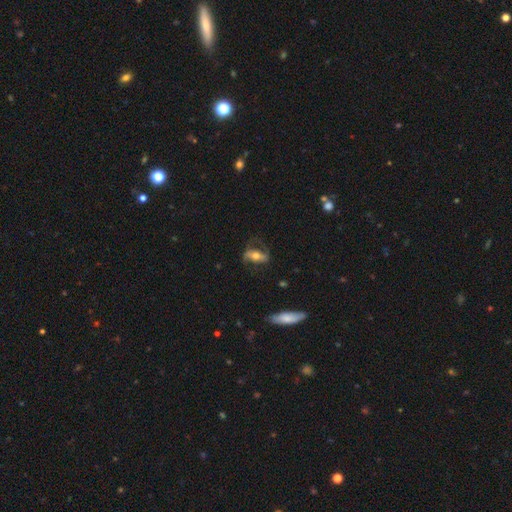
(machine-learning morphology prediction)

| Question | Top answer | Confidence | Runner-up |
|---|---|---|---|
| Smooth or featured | featured or disk | 65% | smooth (28%) |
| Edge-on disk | no | 84% | yes (16%) |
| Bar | strong | 40% | no (35%) |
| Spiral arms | yes | 78% | no (22%) |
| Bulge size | moderate | 64% | small (24%) |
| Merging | none | 62% | minor disturbance (19%) |